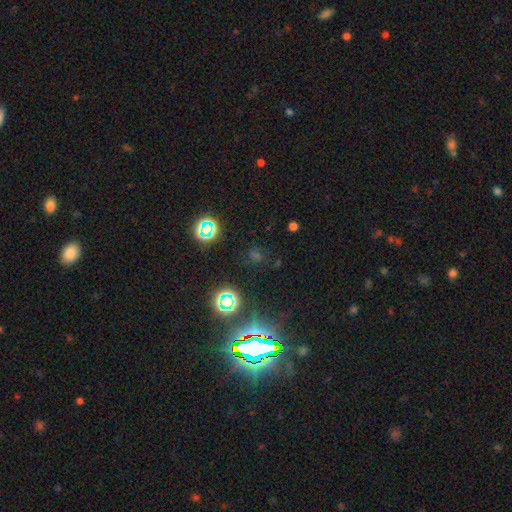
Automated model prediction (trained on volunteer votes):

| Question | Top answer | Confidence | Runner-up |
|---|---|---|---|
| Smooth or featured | star or artifact | 65% | smooth (26%) |